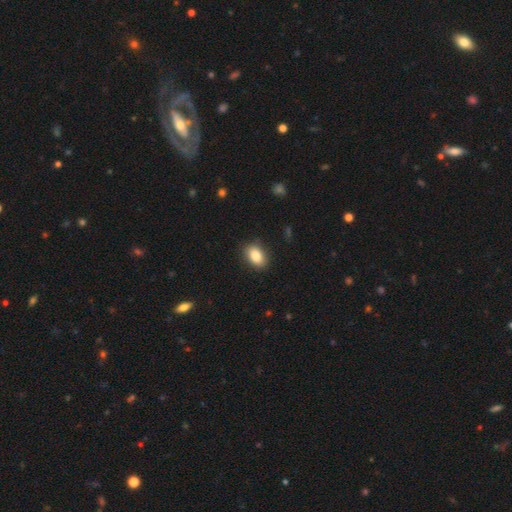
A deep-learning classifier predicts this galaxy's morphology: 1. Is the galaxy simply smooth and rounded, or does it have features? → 85% smooth, 8% star or artifact, 7% featured or disk.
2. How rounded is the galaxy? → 86% in between, 13% round, 1% cigar-shaped.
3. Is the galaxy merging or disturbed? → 87% none, 10% minor disturbance, 2% major disturbance, 1% merger.